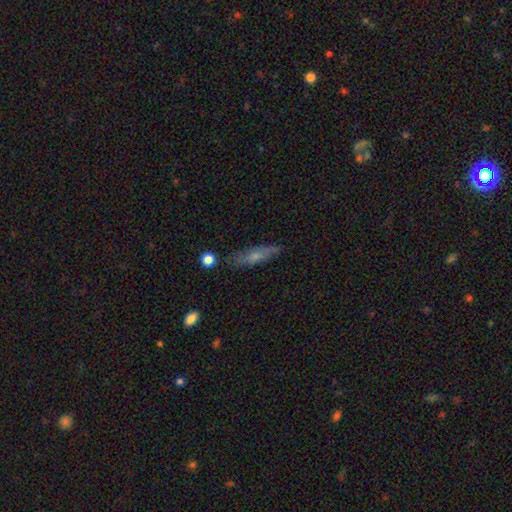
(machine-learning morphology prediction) Smooth or featured? smooth (58%)
How rounded? cigar-shaped (71%)
Merging? none (77%)